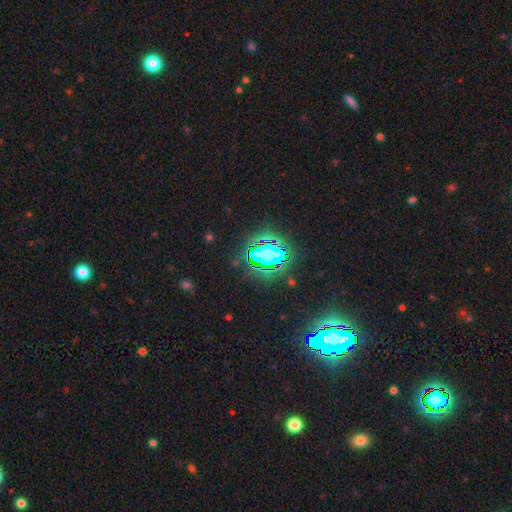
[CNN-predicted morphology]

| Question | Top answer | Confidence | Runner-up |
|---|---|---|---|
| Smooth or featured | star or artifact | 82% | smooth (11%) |